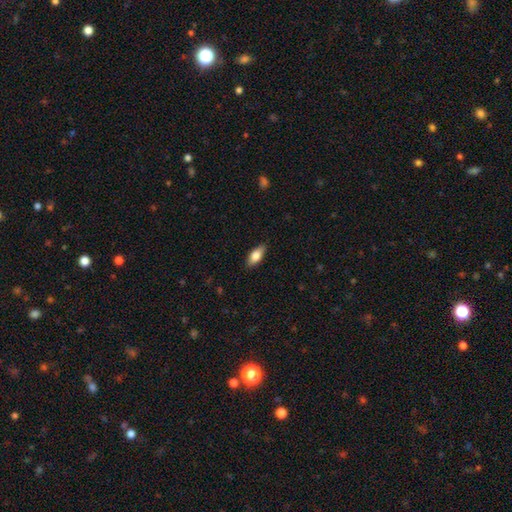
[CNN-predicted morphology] smooth_or_featured: smooth (p=0.76) [alt: featured or disk p=0.17]
how_rounded: in between (p=0.82) [alt: cigar-shaped p=0.15]
merging: none (p=0.86) [alt: minor disturbance p=0.11]